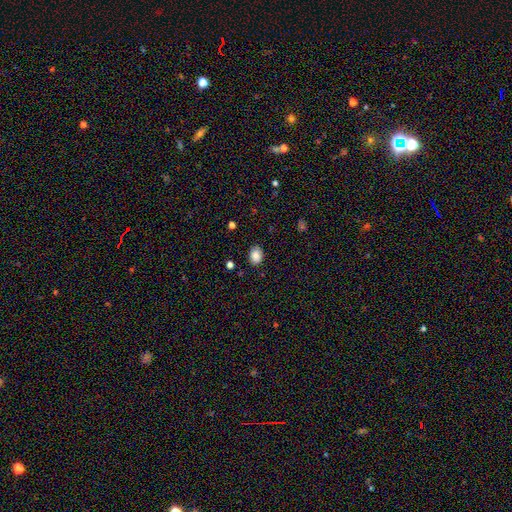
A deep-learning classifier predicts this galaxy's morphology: Q: Smooth or featured?
A: smooth (87%); runner-up: star or artifact (9%)
Q: How rounded?
A: in between (70%); runner-up: round (29%)
Q: Merging?
A: none (86%); runner-up: minor disturbance (11%)